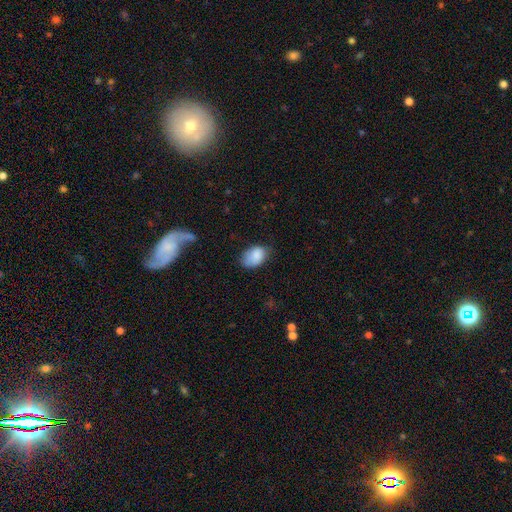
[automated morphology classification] A smooth galaxy with no disk features (84%) that is in between round and cigar-shaped (84%). Merging: none (55%).